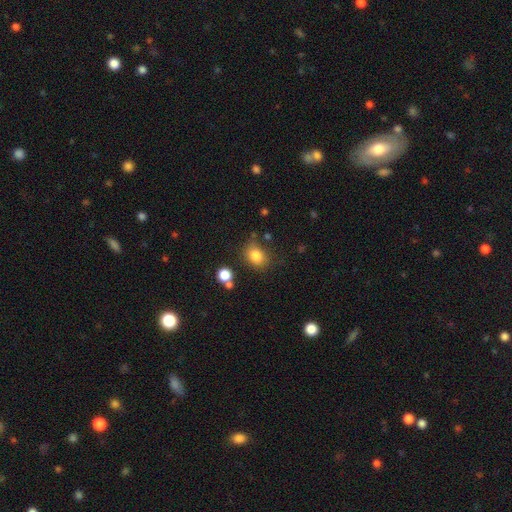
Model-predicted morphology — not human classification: type=smooth (82%); roundness=in between (54%); merging=none (71%).